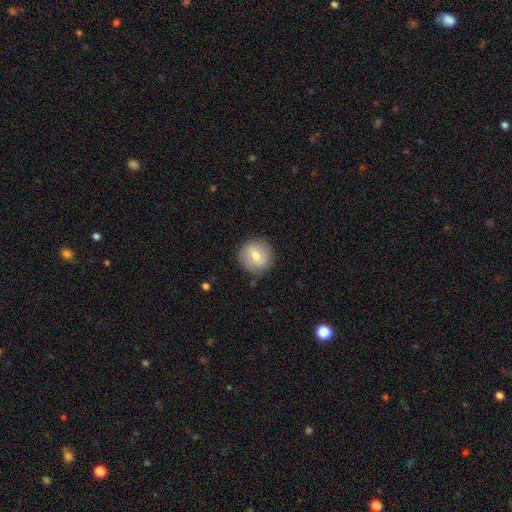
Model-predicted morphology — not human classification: Smooth or featured? smooth (63%)
How rounded? round (91%)
Merging? none (85%)